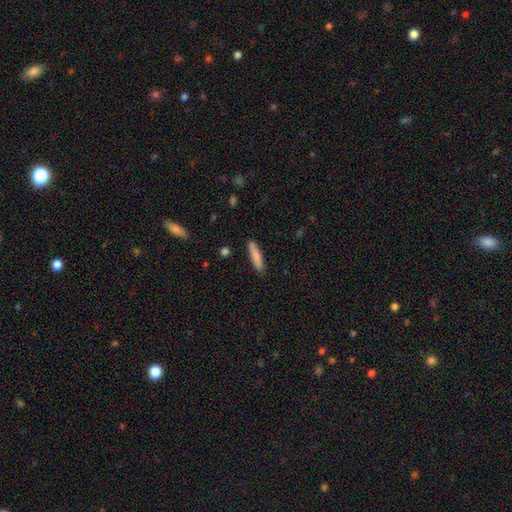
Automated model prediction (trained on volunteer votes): This is clearly a smooth galaxy (82%). How rounded: clearly cigar-shaped (87%). Merging: clearly none (88%).